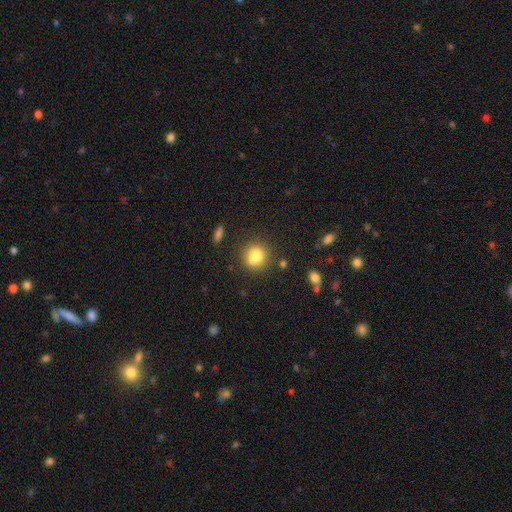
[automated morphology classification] Smooth or featured? smooth (76%)
How rounded? round (85%)
Merging? none (61%)